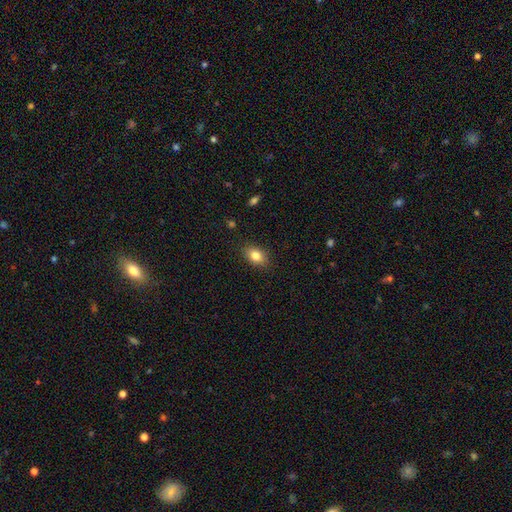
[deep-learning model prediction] Smooth or featured?
  - smooth: 82% *
  - star or artifact: 9%
  - featured or disk: 9%
How rounded?
  - in between: 80% *
  - round: 18%
  - cigar-shaped: 2%
Merging?
  - none: 86% *
  - minor disturbance: 11%
  - major disturbance: 3%
  - merger: 1%